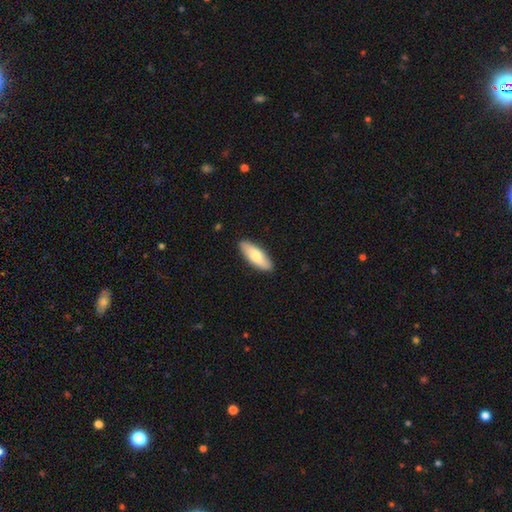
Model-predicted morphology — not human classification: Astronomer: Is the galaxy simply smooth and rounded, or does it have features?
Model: smooth — 75%.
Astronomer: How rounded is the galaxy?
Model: in between — 66%.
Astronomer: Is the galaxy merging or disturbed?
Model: none — 89%.